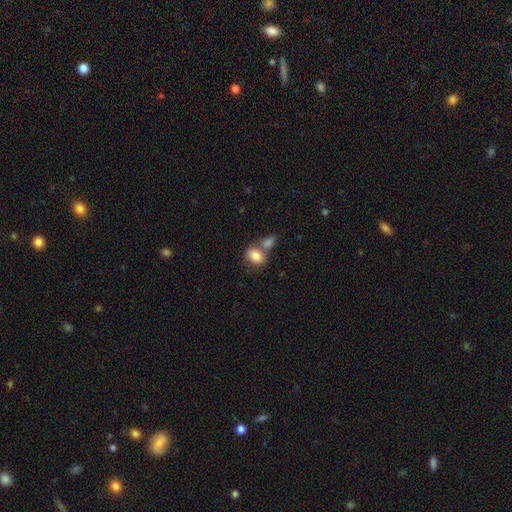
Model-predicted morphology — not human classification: Smooth or featured: smooth — 84% (featured or disk — 8%)
How rounded: in between — 70% (round — 29%)
Merging: merger — 45% (none — 41%)